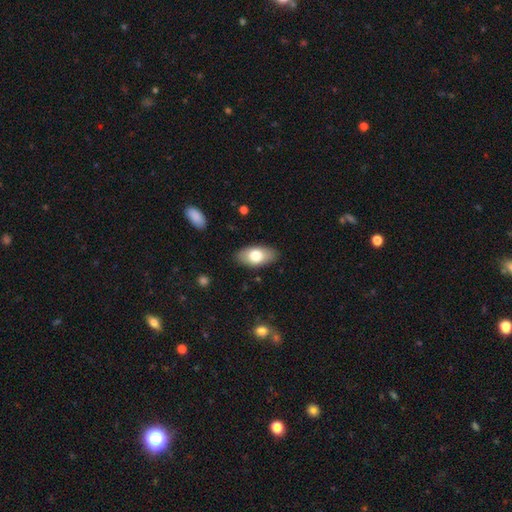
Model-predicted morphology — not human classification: This appears to be a smooth galaxy with no disk features (75%) that is in between round and cigar-shaped (93%). Merging: none (87%).